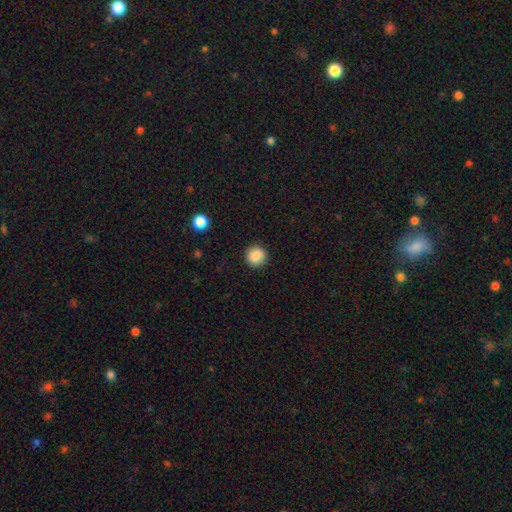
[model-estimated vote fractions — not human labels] Smooth or featured: smooth — 87% (star or artifact — 9%)
How rounded: round — 89% (in between — 10%)
Merging: none — 89% (minor disturbance — 7%)